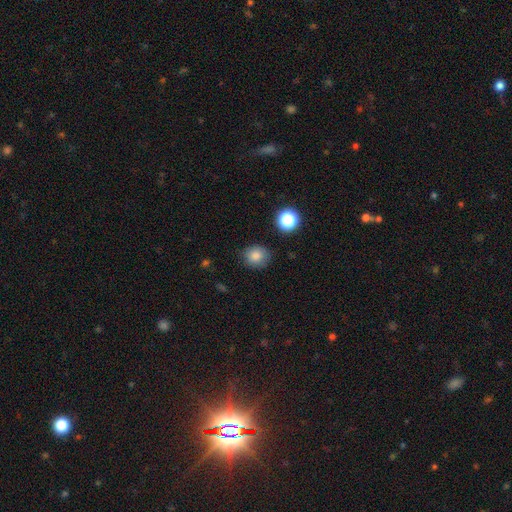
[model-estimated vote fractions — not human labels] Smooth or featured? Predicted: smooth (p=0.83). How rounded? Predicted: round (p=0.77). Merging? Predicted: none (p=0.83).